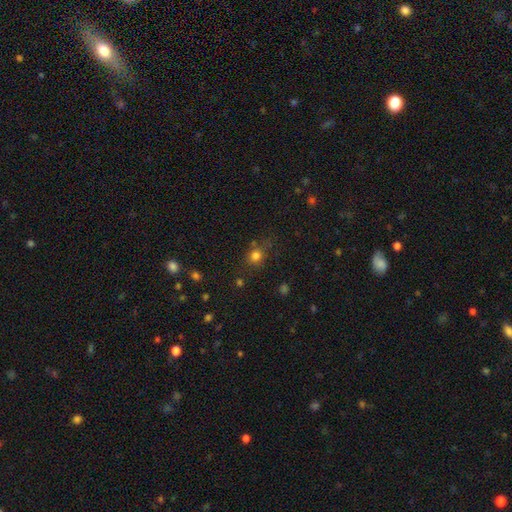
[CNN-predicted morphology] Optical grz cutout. It shows a smooth galaxy with no disk features (77%) that is round (79%). Merging: none (73%).